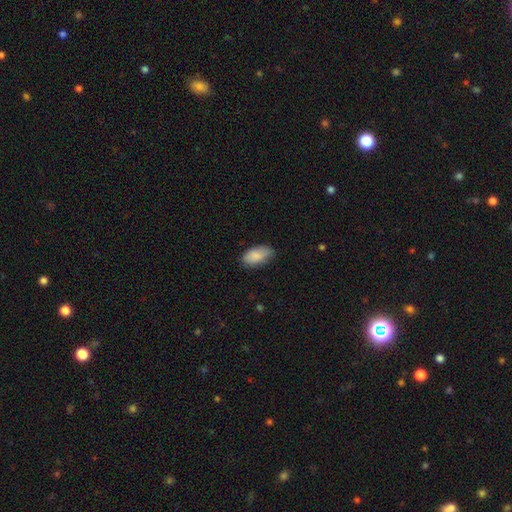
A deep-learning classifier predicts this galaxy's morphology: Q: Smooth or featured?
A: smooth (86%); runner-up: featured or disk (8%)
Q: How rounded?
A: in between (94%); runner-up: cigar-shaped (3%)
Q: Merging?
A: none (72%); runner-up: minor disturbance (23%)